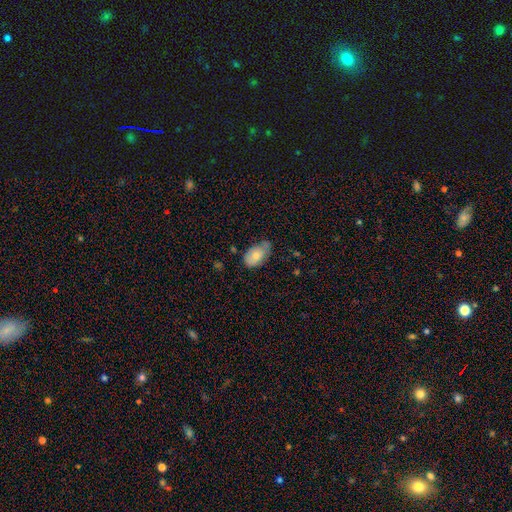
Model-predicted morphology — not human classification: This is likely a smooth galaxy (75%). How rounded: clearly in between (90%). Merging: marginally minor disturbance (43%).